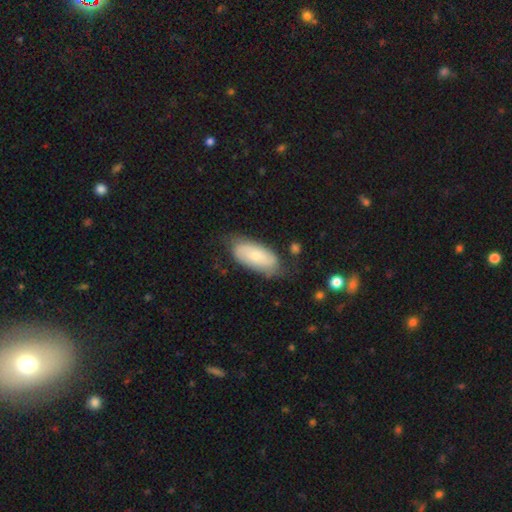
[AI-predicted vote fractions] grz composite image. It shows a smooth galaxy with no disk features (54%) that is in between round and cigar-shaped (87%). Merging: none (67%).